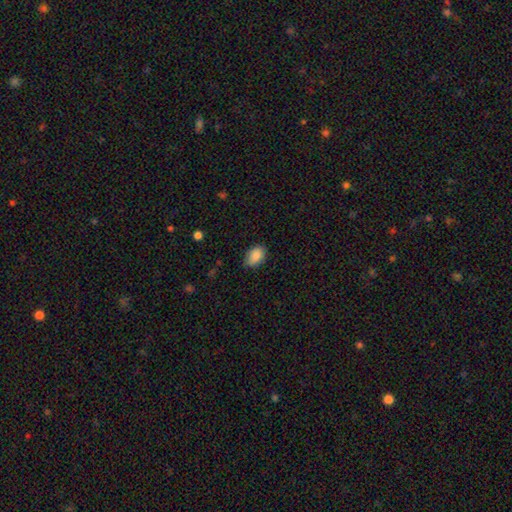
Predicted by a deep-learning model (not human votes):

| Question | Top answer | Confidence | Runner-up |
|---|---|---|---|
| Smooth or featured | smooth | 86% | star or artifact (8%) |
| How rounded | in between | 85% | round (14%) |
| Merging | none | 71% | minor disturbance (24%) |